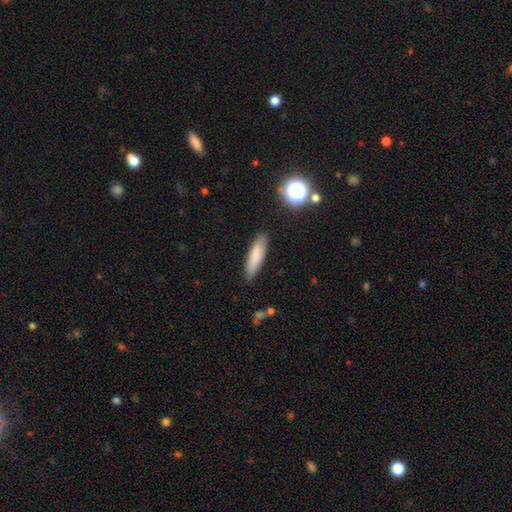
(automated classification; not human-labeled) Q: Smooth or featured?
A: smooth (80%); runner-up: featured or disk (12%)
Q: How rounded?
A: cigar-shaped (69%); runner-up: in between (29%)
Q: Merging?
A: none (85%); runner-up: minor disturbance (11%)